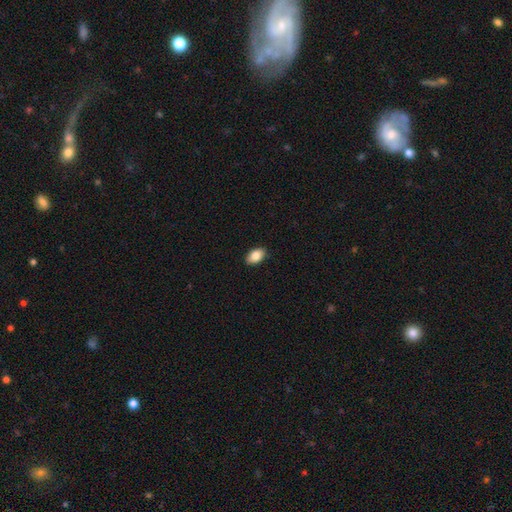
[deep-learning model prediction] This appears to be a smooth galaxy with no disk features (86%) that is in between round and cigar-shaped (91%). Merging: none (89%).